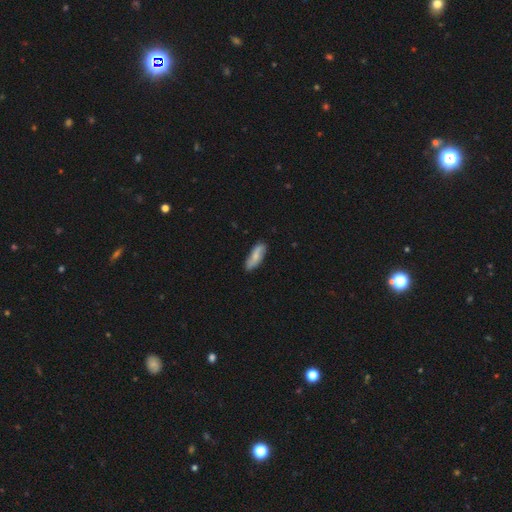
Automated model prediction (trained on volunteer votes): A smooth galaxy with no disk features (62%) that is in between round and cigar-shaped (60%). Merging: none (81%).